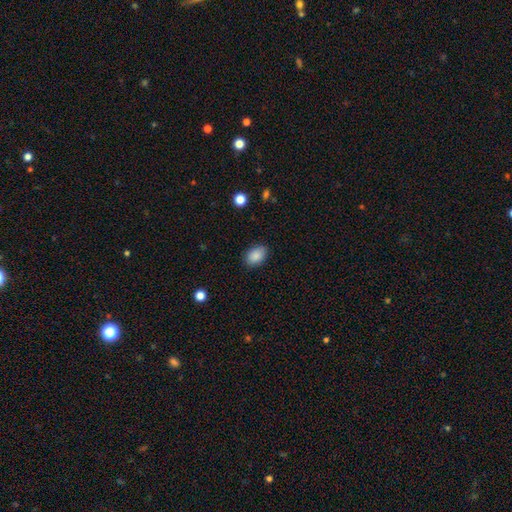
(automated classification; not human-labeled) This appears to be a smooth galaxy with no disk features (88%) that is in between round and cigar-shaped (84%). Merging: none (86%).